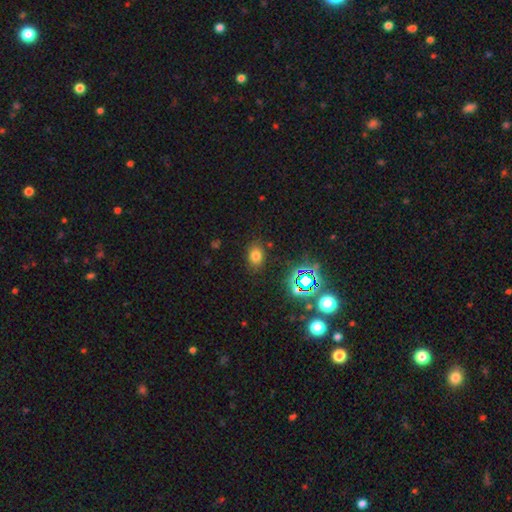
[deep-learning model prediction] Smooth or featured? smooth (70%)
How rounded? in between (67%)
Merging? none (83%)